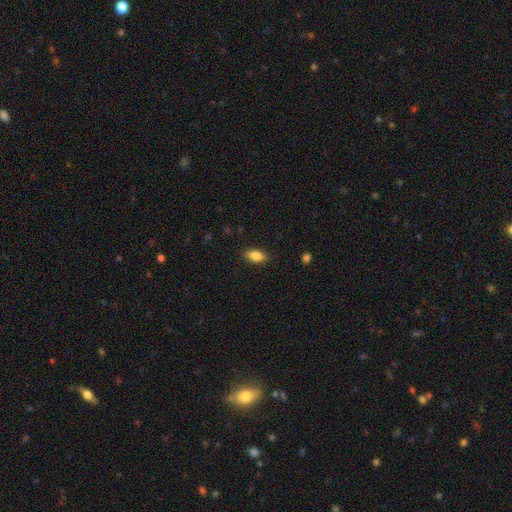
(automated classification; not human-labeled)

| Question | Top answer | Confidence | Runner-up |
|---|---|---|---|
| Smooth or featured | smooth | 86% | star or artifact (8%) |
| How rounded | in between | 90% | cigar-shaped (6%) |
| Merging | none | 87% | minor disturbance (10%) |